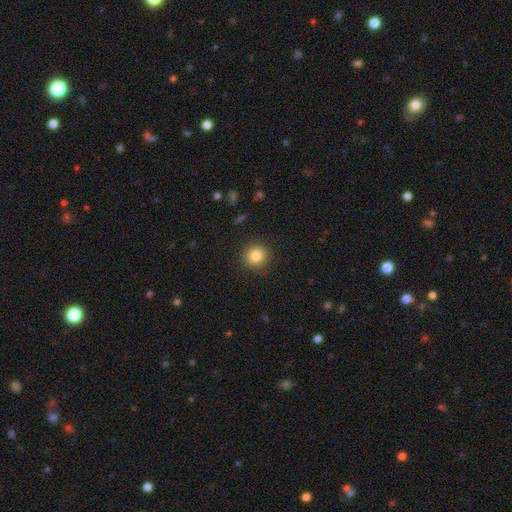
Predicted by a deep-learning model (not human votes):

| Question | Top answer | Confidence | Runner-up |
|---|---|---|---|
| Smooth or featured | smooth | 83% | star or artifact (11%) |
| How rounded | round | 92% | in between (7%) |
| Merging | none | 90% | minor disturbance (7%) |